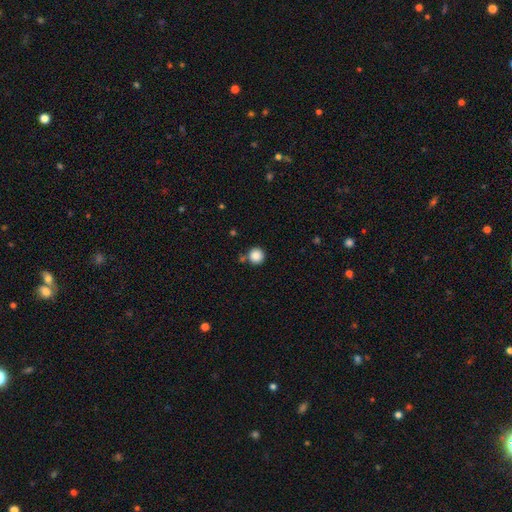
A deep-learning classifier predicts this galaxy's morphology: Smooth or featured? smooth (87%)
How rounded? round (95%)
Merging? none (78%)